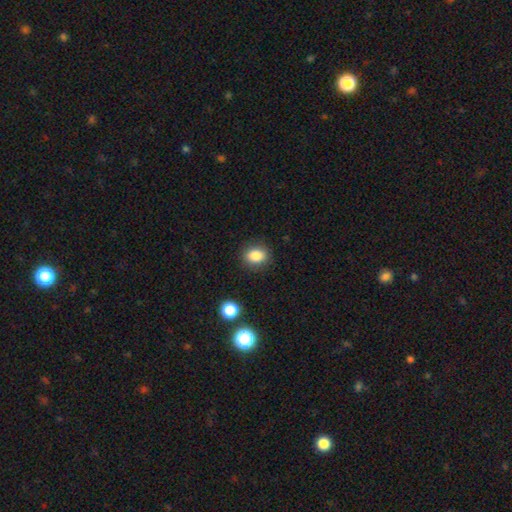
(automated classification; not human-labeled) This appears to be a smooth galaxy with no disk features (85%) that is in between round and cigar-shaped (51%). Merging: none (86%).